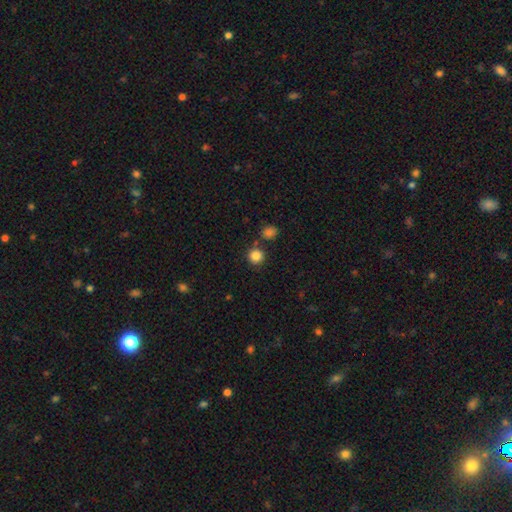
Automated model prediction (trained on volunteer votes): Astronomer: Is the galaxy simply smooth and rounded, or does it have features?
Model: smooth — 85%.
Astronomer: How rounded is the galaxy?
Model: round — 93%.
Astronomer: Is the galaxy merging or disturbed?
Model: none — 80%.